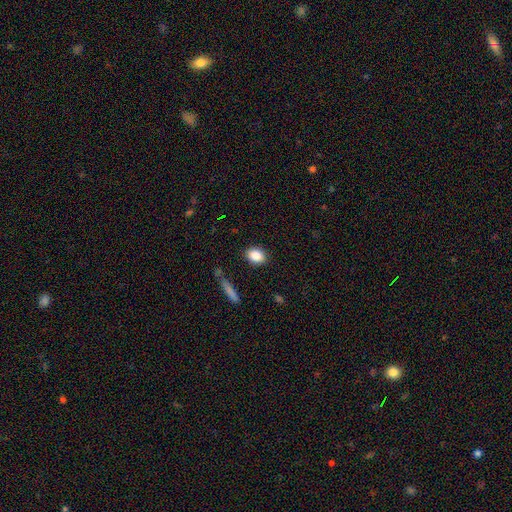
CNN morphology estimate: smooth_or_featured: smooth (p=0.84) [alt: star or artifact p=0.09]
how_rounded: in between (p=0.64) [alt: round p=0.34]
merging: none (p=0.87) [alt: minor disturbance p=0.09]